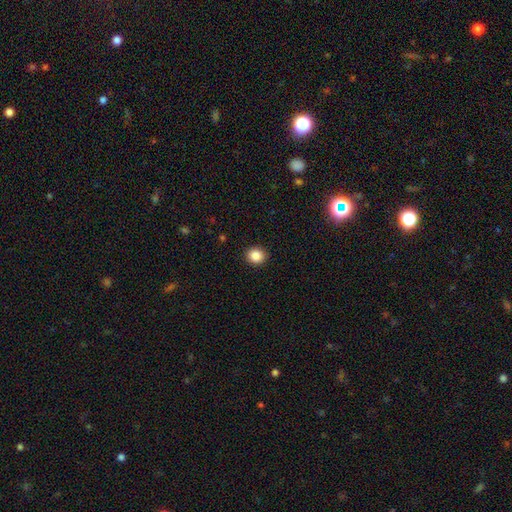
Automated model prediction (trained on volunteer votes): Smooth or featured? smooth (86%)
How rounded? round (78%)
Merging? none (92%)